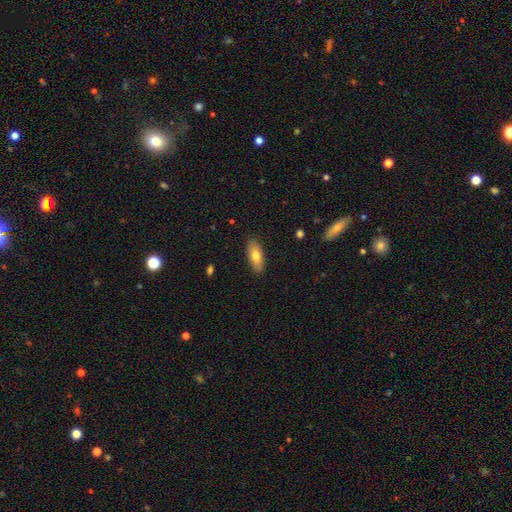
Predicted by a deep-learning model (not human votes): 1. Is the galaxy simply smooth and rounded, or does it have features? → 76% smooth, 18% featured or disk, 6% star or artifact.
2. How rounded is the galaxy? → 81% in between, 16% cigar-shaped, 2% round.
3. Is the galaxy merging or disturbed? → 88% none, 9% minor disturbance, 2% major disturbance, 1% merger.